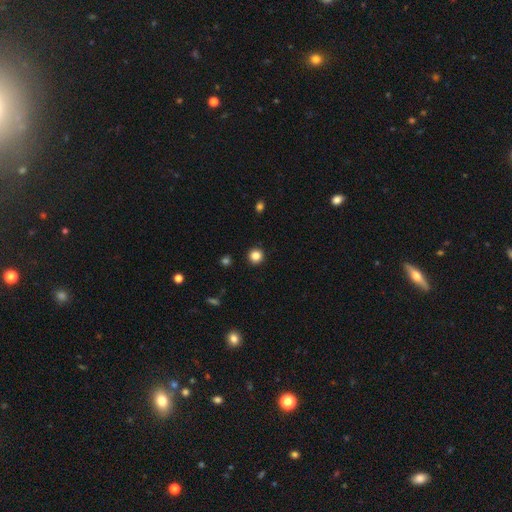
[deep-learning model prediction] Q: Smooth or featured?
A: smooth (84%); runner-up: star or artifact (12%)
Q: How rounded?
A: round (95%); runner-up: in between (4%)
Q: Merging?
A: none (93%); runner-up: minor disturbance (4%)